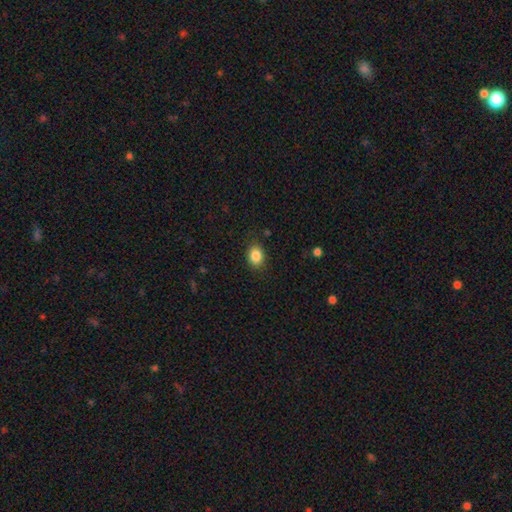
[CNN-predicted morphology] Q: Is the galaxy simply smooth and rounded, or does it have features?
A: smooth — 86%.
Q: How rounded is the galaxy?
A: in between — 65%.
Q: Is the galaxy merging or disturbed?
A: none — 86%.